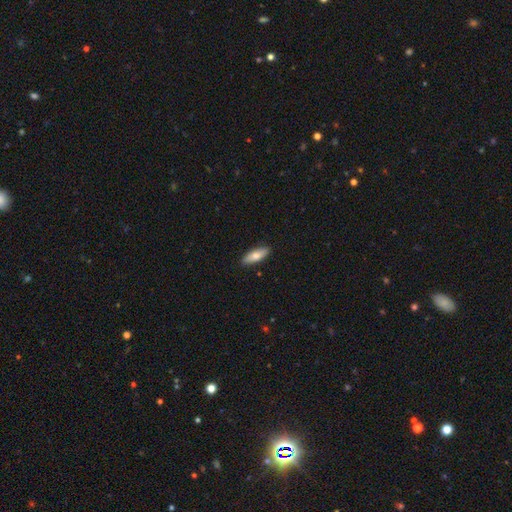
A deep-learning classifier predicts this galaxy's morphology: Smooth or featured: smooth — 75% (featured or disk — 19%)
How rounded: in between — 56% (cigar-shaped — 42%)
Merging: none — 89% (minor disturbance — 9%)